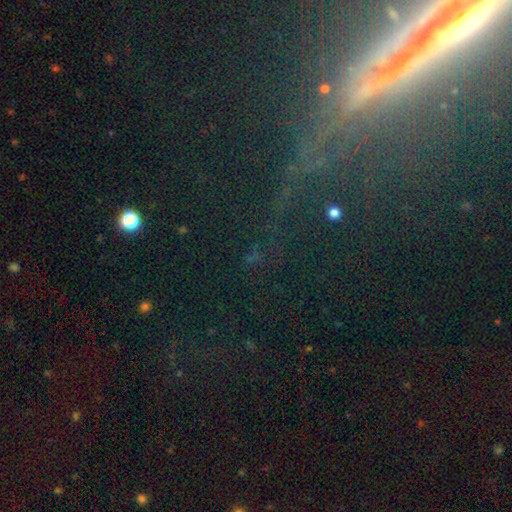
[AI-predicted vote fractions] The model was most divided on "smooth or featured": star or artifact: 71%, smooth: 16%, featured or disk: 14%.